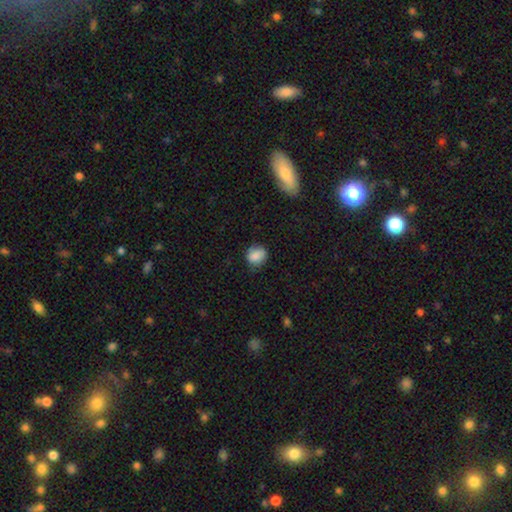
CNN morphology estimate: A smooth galaxy with no disk features (85%) that is round (67%).

Vote fractions:
- Smooth or featured? smooth: 85% / star or artifact: 9% / featured or disk: 7%
- How rounded? round: 67% / in between: 32% / cigar-shaped: 1%
- Merging? none: 72% / minor disturbance: 22% / major disturbance: 5% / merger: 1%